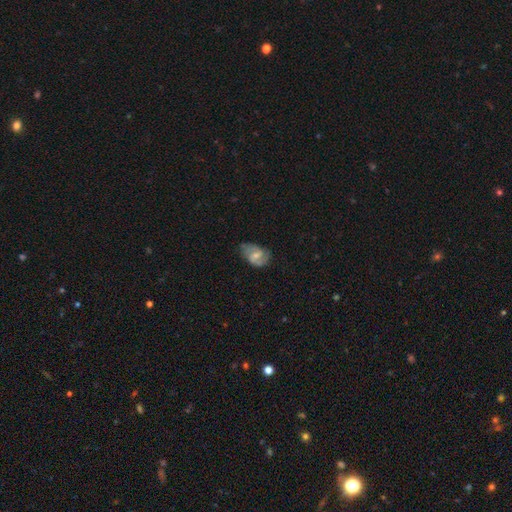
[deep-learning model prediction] Overall: featured or disk (58%; smooth 35%). Edge-on disk: no (97%). Bar: weak (52%; no 33%). Spiral arms: yes (85%). Bulge size: moderate (46%; small 44%). Merging: none (57%; minor disturbance 30%).